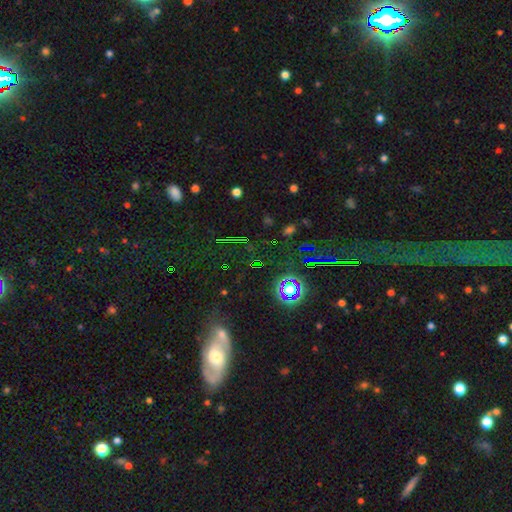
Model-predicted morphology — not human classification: A smooth galaxy with no disk features (37%).

Vote fractions:
- Smooth or featured? smooth: 37% / featured or disk: 33% / star or artifact: 31%
- Merging? none: 69% / minor disturbance: 13% / major disturbance: 11% / merger: 7%